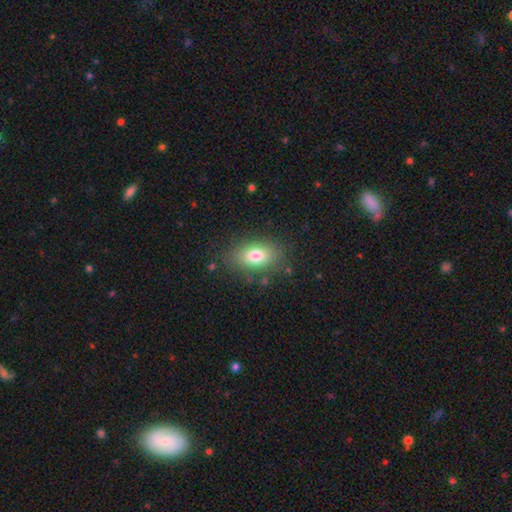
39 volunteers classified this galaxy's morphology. Volunteers were most divided on "how rounded": in between: 81%, round: 19%, cigar-shaped: 0%. More confident: merging — none (89%); smooth or featured — smooth (79%).